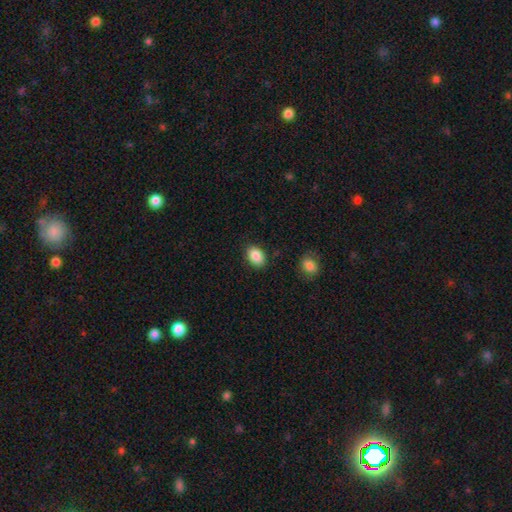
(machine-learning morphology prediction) Smooth or featured?
  - smooth: 88% *
  - star or artifact: 8%
  - featured or disk: 4%
How rounded?
  - in between: 73% *
  - round: 26%
  - cigar-shaped: 1%
Merging?
  - none: 86% *
  - minor disturbance: 9%
  - major disturbance: 3%
  - merger: 2%